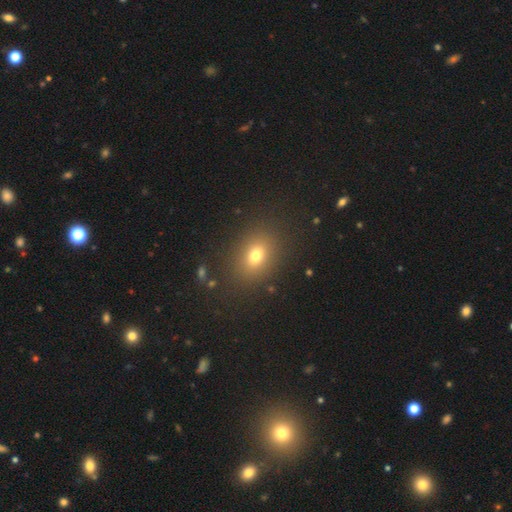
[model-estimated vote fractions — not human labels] Q: Smooth or featured?
A: smooth (74%); runner-up: star or artifact (15%)
Q: How rounded?
A: in between (63%); runner-up: round (36%)
Q: Merging?
A: none (86%); runner-up: minor disturbance (9%)